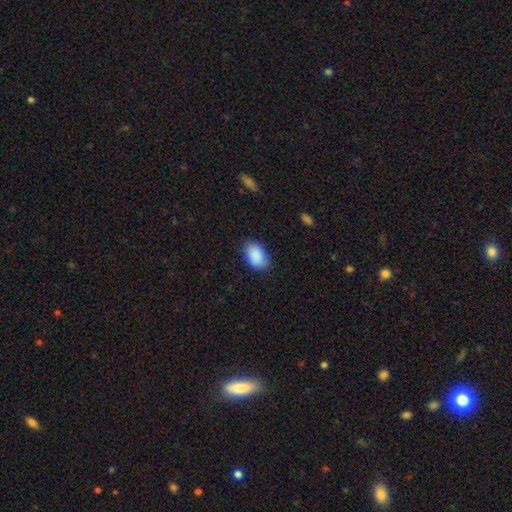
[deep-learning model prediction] A smooth galaxy with no disk features (90%) that is in between round and cigar-shaped (90%). Merging: none (80%).